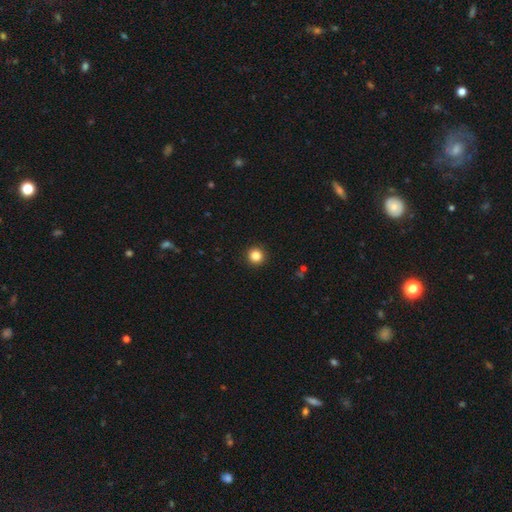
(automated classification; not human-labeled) smooth_or_featured: smooth (p=0.85) [alt: star or artifact p=0.11]
how_rounded: round (p=0.95) [alt: in between p=0.04]
merging: none (p=0.93) [alt: minor disturbance p=0.05]